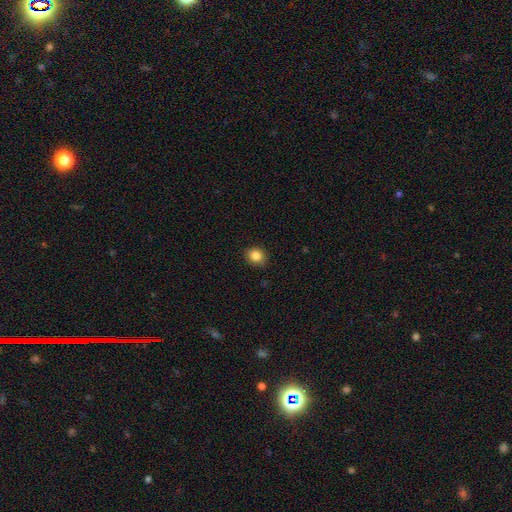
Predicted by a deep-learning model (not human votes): smooth_or_featured: smooth (p=0.85) [alt: star or artifact p=0.10]
how_rounded: round (p=0.73) [alt: in between p=0.26]
merging: none (p=0.86) [alt: minor disturbance p=0.10]